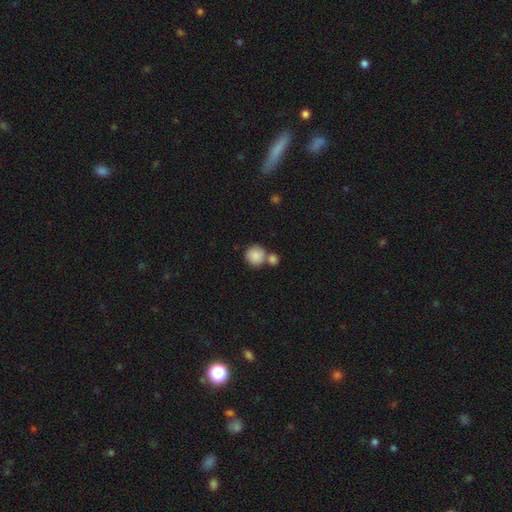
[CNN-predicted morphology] A smooth galaxy with no disk features (87%) that is round (91%).

Vote fractions:
- Smooth or featured? smooth: 87% / star or artifact: 8% / featured or disk: 6%
- How rounded? round: 91% / in between: 8% / cigar-shaped: 1%
- Merging? none: 51% / merger: 37% / minor disturbance: 9% / major disturbance: 3%